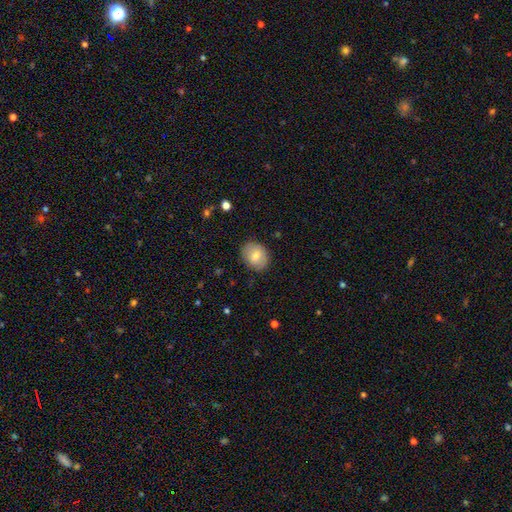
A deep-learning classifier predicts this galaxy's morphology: Overall: smooth (74%). How rounded: round (53%; in between 47%). Merging: none (83%).